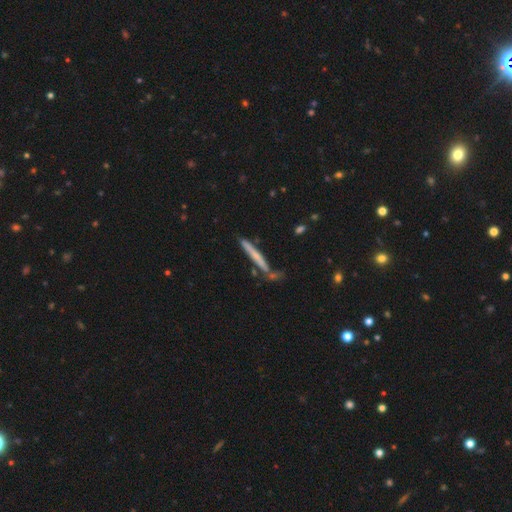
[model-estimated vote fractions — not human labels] A smooth galaxy with no disk features (48%). Merging: none (74%).